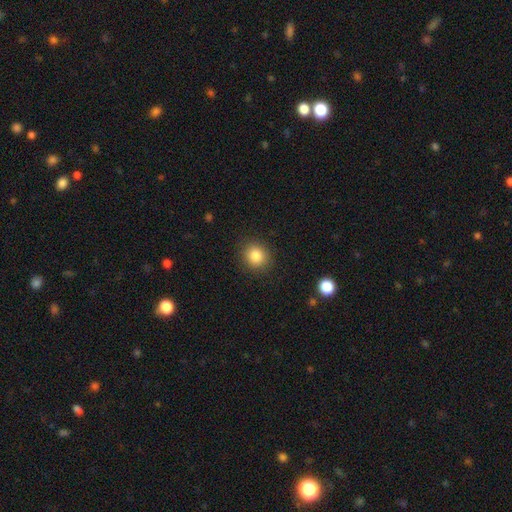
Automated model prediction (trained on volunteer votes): smooth-or-featured: smooth: 84% | star or artifact: 11% | featured or disk: 5%
  how-rounded: round: 83% | in between: 16% | cigar-shaped: 1%
  merging: none: 89% | minor disturbance: 8% | major disturbance: 3% | merger: 1%